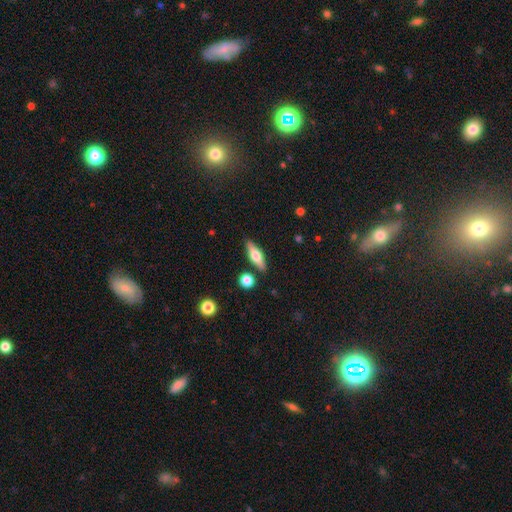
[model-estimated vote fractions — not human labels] A featured or disk galaxy (52%) viewed edge-on (93%). Merging: none (85%).